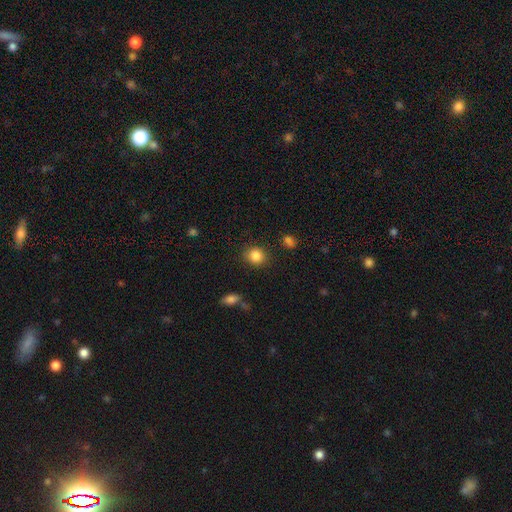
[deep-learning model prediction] Smooth or featured? Predicted: smooth (p=0.86). How rounded? Predicted: round (p=0.76). Merging? Predicted: none (p=0.85).